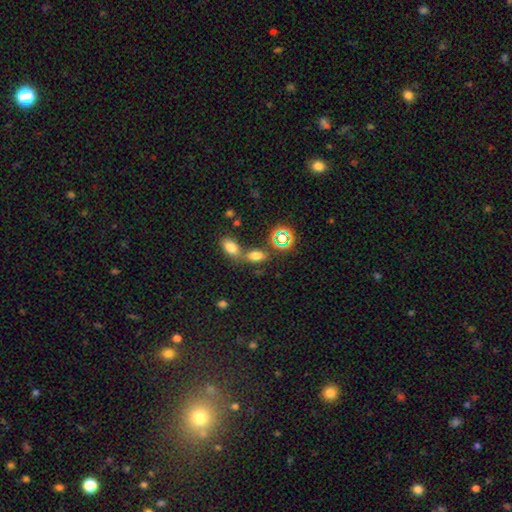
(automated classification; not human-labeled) Smooth or featured? Predicted: smooth (p=0.69). How rounded? Predicted: in between (p=0.83). Merging? Predicted: none (p=0.52).